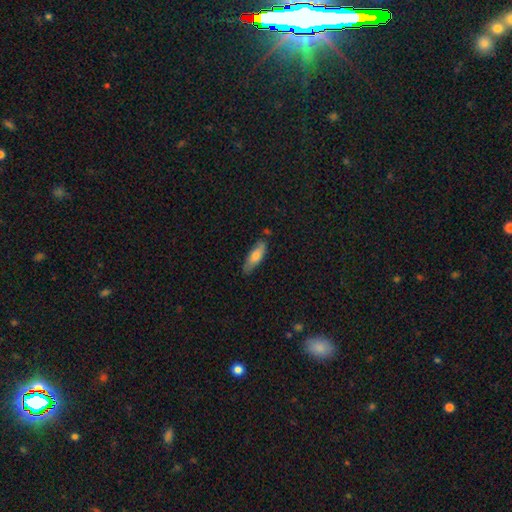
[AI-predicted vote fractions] A smooth galaxy with no disk features (72%) that is cigar-shaped (51%). Merging: none (78%).